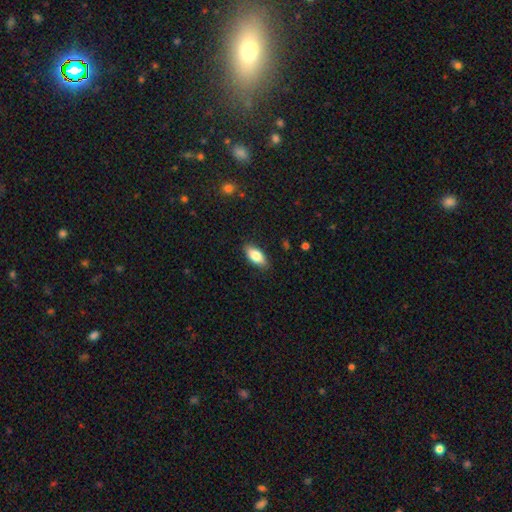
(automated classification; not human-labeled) Smooth or featured: smooth — 83% (featured or disk — 11%)
How rounded: in between — 87% (cigar-shaped — 10%)
Merging: none — 87% (minor disturbance — 10%)